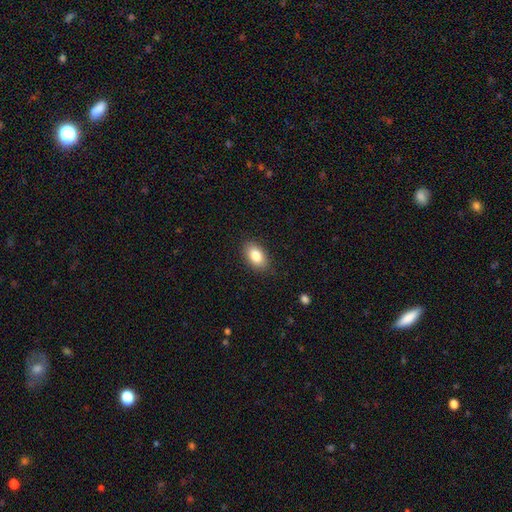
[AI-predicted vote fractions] A smooth galaxy with no disk features (84%) that is in between round and cigar-shaped (91%).

Vote fractions:
- Smooth or featured? smooth: 84% / featured or disk: 9% / star or artifact: 7%
- How rounded? in between: 91% / round: 7% / cigar-shaped: 2%
- Merging? none: 87% / minor disturbance: 10% / major disturbance: 2% / merger: 1%